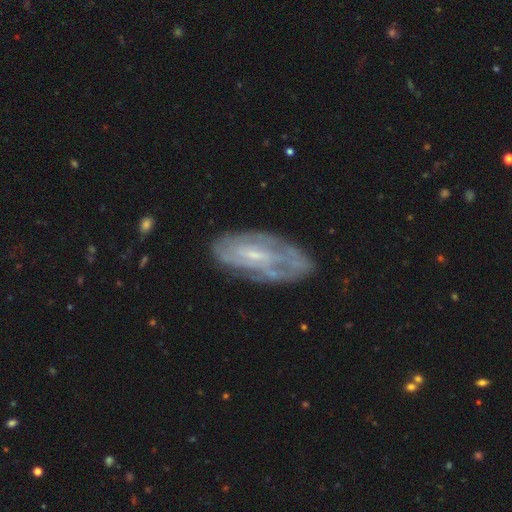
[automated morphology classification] Smooth or featured? Predicted: featured or disk (p=0.70). Edge-on disk? Predicted: no (p=0.90). Bar? Predicted: no (p=0.46). Spiral arms? Predicted: yes (p=0.70). Bulge size? Predicted: small (p=0.66). Merging? Predicted: none (p=0.66).